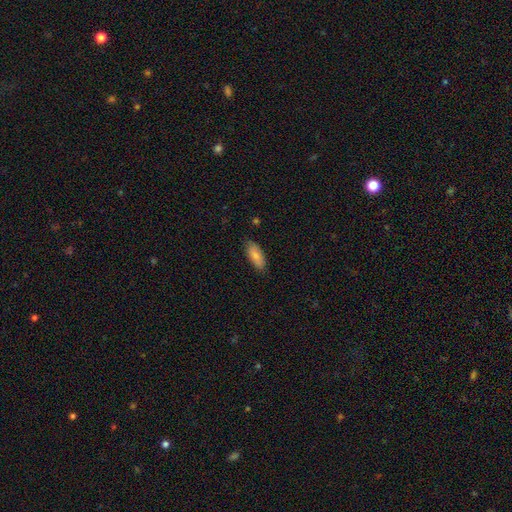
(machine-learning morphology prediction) smooth 82%, featured or disk 12%, star or artifact 6%. Down the decision tree: how rounded — in between (82%); merging — none (82%).